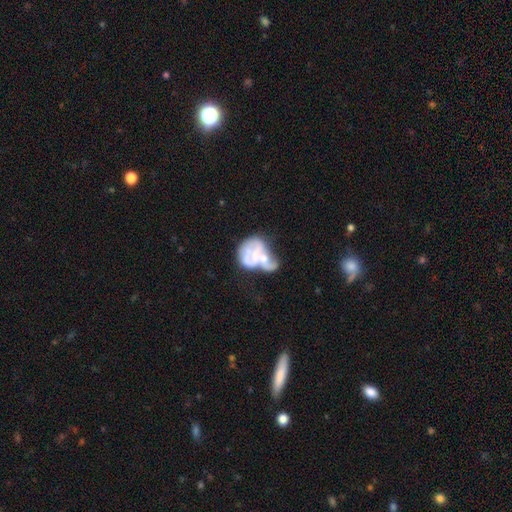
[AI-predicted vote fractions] This is likely a featured or disk galaxy (61%). It is clearly not viewed edge-on (98%). Bar: likely no (76%). Spiral arm pattern: likely no (71%). Central bulge: marginally moderate (33%). Merging: possibly merger (48%).